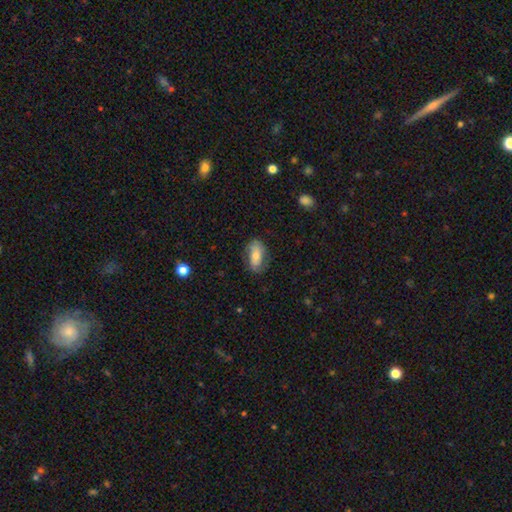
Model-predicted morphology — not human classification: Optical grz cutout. It shows a smooth galaxy with no disk features (55%) that is in between round and cigar-shaped (85%). Merging: none (74%).